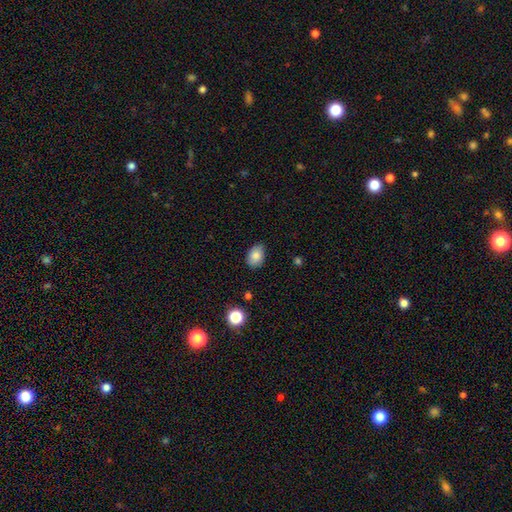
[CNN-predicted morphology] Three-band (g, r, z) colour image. It shows a smooth galaxy with no disk features (84%) that is in between round and cigar-shaped (82%). Merging: none (77%).